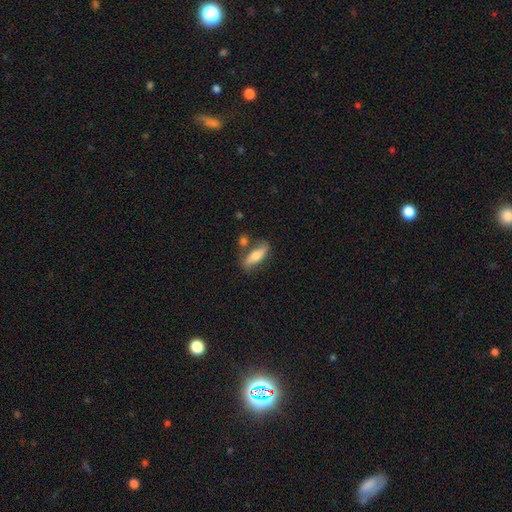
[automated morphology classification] type=smooth (60%); roundness=in between (57%); merging=none (63%).